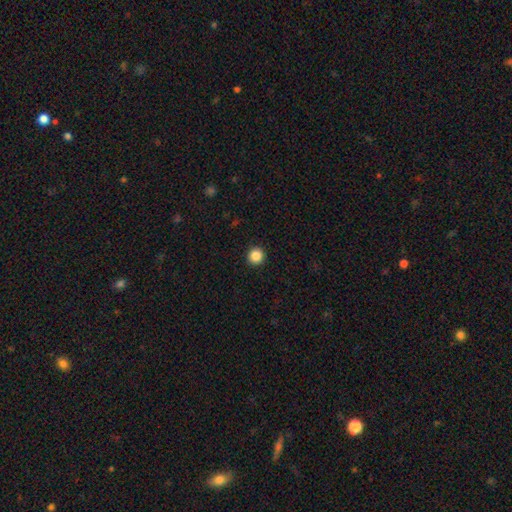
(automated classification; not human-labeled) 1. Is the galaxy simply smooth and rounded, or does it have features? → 87% smooth, 10% star or artifact, 3% featured or disk.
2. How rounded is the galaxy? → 95% round, 4% in between, 1% cigar-shaped.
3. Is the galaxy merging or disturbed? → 94% none, 4% minor disturbance, 1% major disturbance, 1% merger.